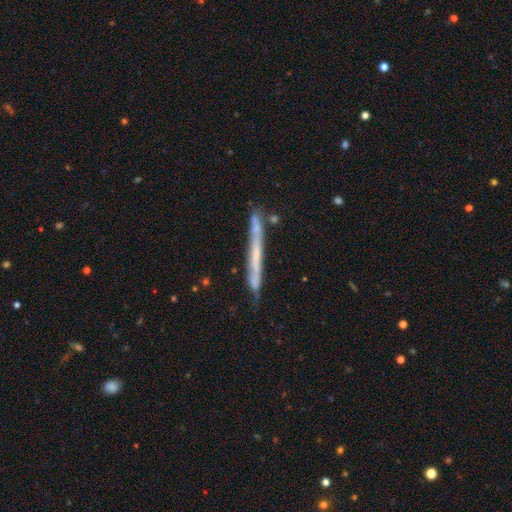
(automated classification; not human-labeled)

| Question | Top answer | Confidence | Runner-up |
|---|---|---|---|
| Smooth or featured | featured or disk | 55% | smooth (38%) |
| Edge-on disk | yes | 93% | no (7%) |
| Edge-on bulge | none | 86% | rounded (9%) |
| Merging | none | 76% | minor disturbance (17%) |